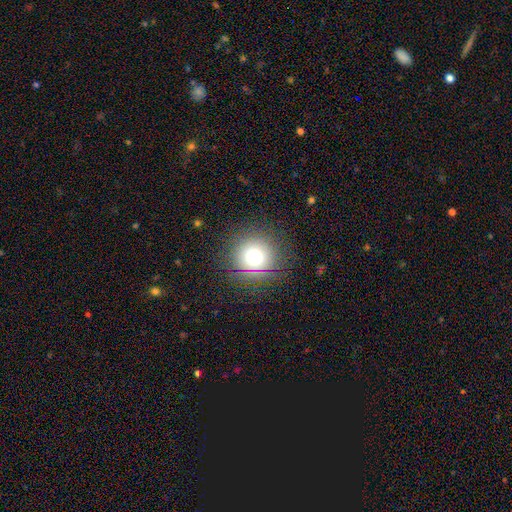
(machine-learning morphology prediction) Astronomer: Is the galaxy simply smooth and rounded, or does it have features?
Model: smooth — 71%.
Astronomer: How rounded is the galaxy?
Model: round — 94%.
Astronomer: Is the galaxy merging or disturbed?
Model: none — 86%.